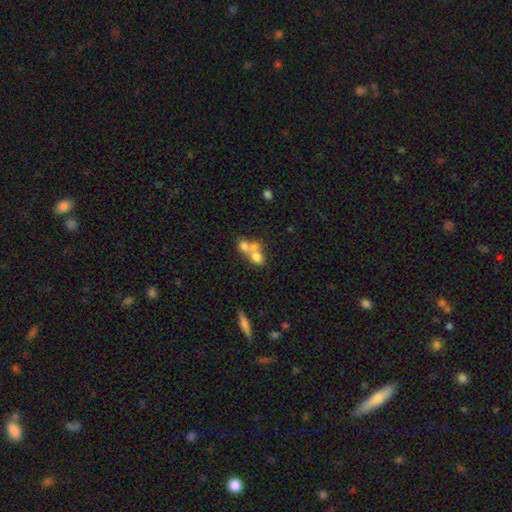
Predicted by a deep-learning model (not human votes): The model was most divided on "how rounded": round: 66%, in between: 32%, cigar-shaped: 2%. More confident: merging — merger (64%); smooth or featured — smooth (62%).